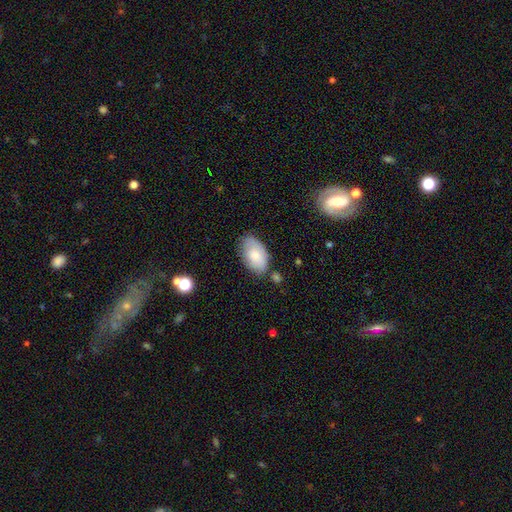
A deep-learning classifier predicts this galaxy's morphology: A smooth galaxy with no disk features (74%) that is in between round and cigar-shaped (93%). Merging: none (65%).